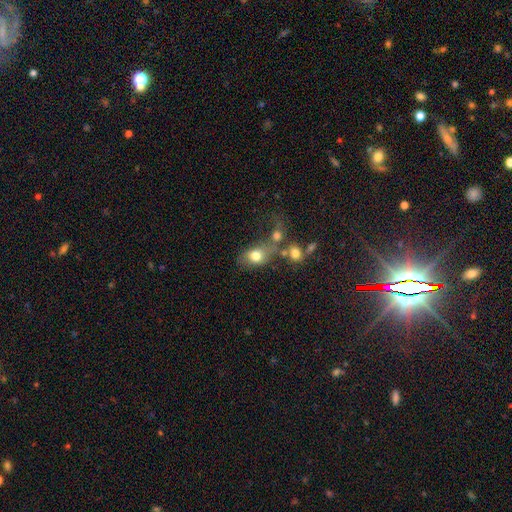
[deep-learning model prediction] This is likely a smooth galaxy (74%). How rounded: likely in between (66%). Merging: marginally merger (35%, tied with none).